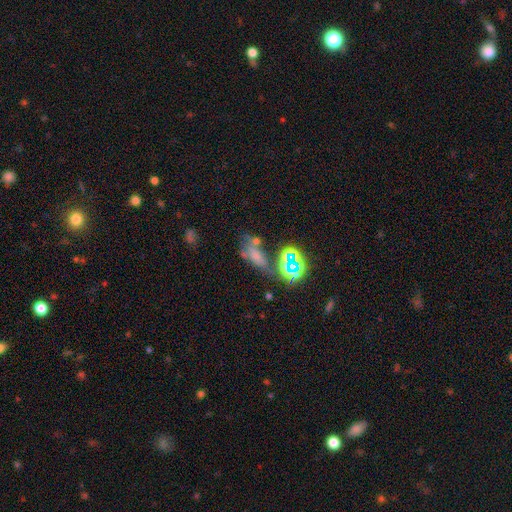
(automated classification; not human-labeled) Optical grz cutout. It shows a smooth galaxy with no disk features (48%). Merging: none (35%).